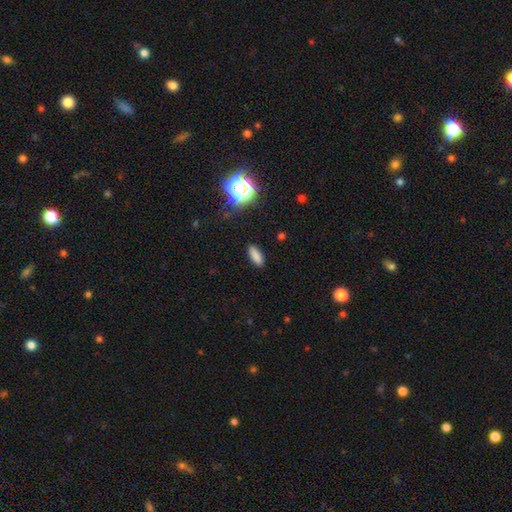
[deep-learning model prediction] Morphology: type=smooth (81%); roundness=in between (75%); merging=none (87%).